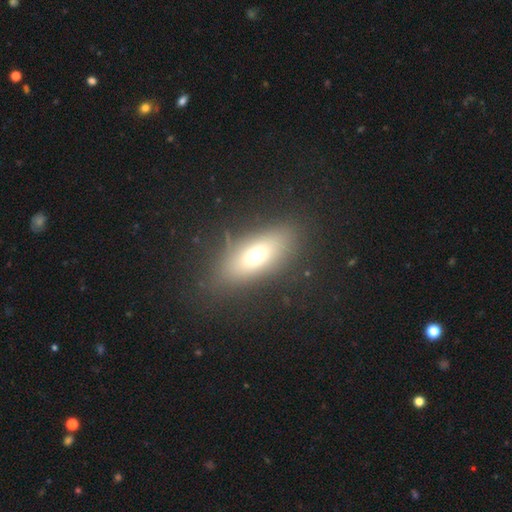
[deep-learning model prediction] smooth_or_featured: smooth (p=0.66) [alt: featured or disk p=0.22]
how_rounded: in between (p=0.72) [alt: cigar-shaped p=0.22]
merging: none (p=0.80) [alt: minor disturbance p=0.12]